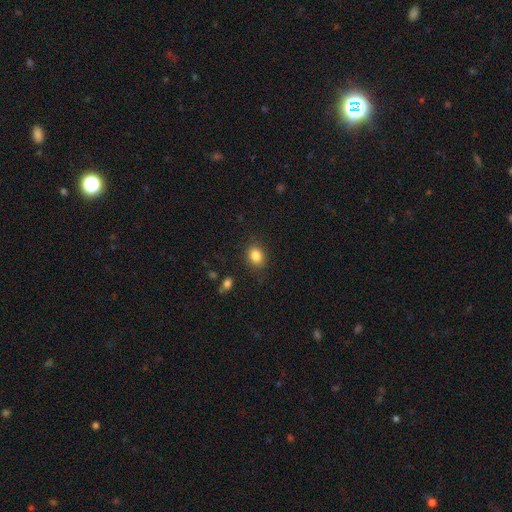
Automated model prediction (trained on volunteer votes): Smooth or featured?
  - smooth: 85% *
  - star or artifact: 10%
  - featured or disk: 5%
How rounded?
  - round: 53% *
  - in between: 46%
  - cigar-shaped: 1%
Merging?
  - none: 85% *
  - minor disturbance: 10%
  - major disturbance: 3%
  - merger: 2%